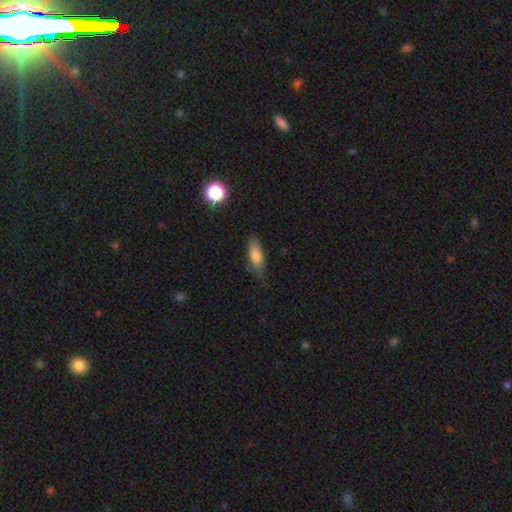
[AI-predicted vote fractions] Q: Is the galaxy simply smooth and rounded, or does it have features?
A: smooth — 76%.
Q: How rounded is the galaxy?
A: in between — 67%.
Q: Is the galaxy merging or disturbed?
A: none — 70%.